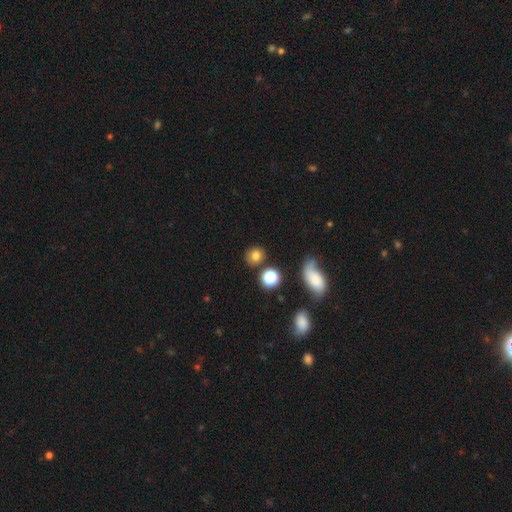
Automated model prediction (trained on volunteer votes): Smooth or featured: smooth — 77% (star or artifact — 14%)
How rounded: round — 77% (in between — 22%)
Merging: none — 79% (minor disturbance — 10%)